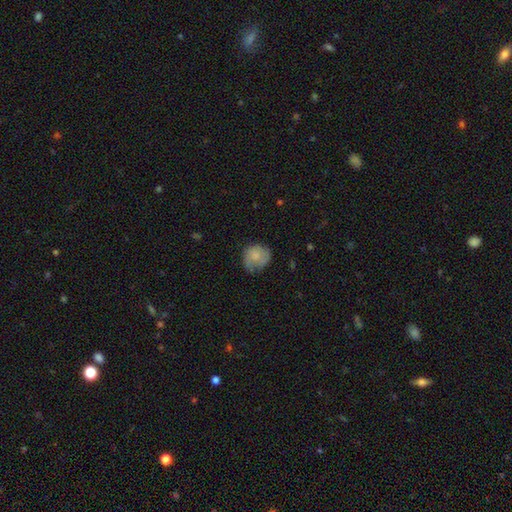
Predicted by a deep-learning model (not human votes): Overall: smooth (72%). How rounded: round (81%). Merging: none (59%; minor disturbance 29%).